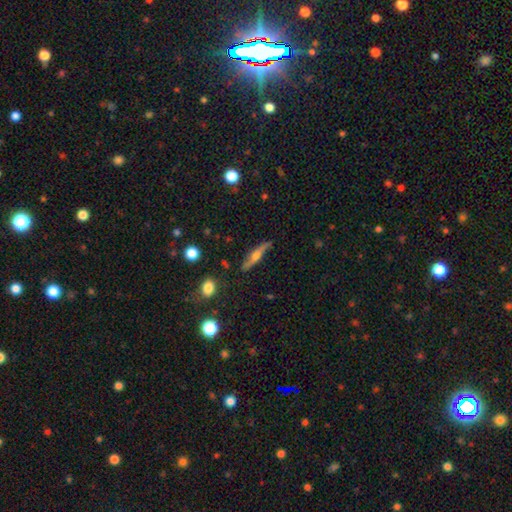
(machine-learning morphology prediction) Overall: featured or disk (69%). Edge-on disk: yes (72%). Merging: none (76%).